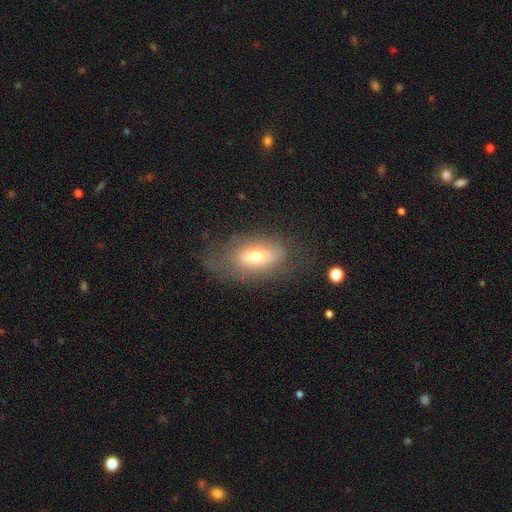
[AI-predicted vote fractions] Smooth or featured?
  - smooth: 54% *
  - featured or disk: 37%
  - star or artifact: 9%
How rounded?
  - in between: 86% *
  - round: 9%
  - cigar-shaped: 5%
Merging?
  - none: 54% *
  - minor disturbance: 25%
  - major disturbance: 19%
  - merger: 2%